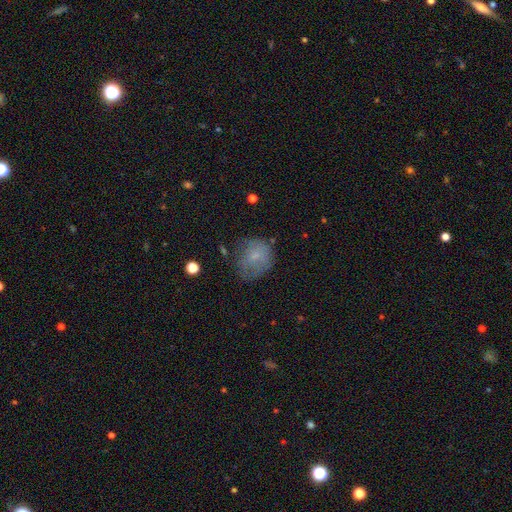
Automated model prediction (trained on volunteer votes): Smooth or featured: smooth — 62% (featured or disk — 27%)
How rounded: round — 63% (in between — 36%)
Merging: none — 49% (minor disturbance — 29%)